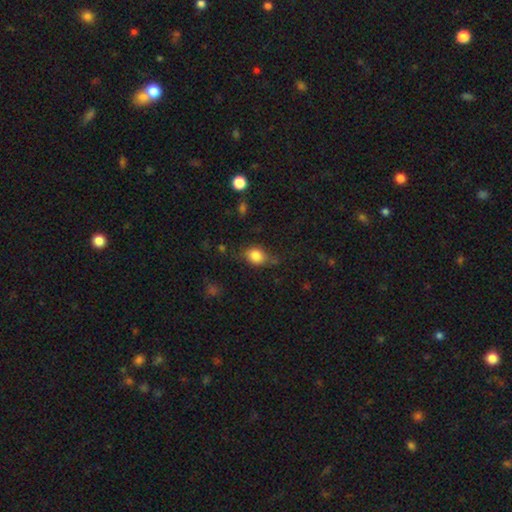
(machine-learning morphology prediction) A smooth galaxy with no disk features (80%) that is in between round and cigar-shaped (56%). Merging: none (58%).